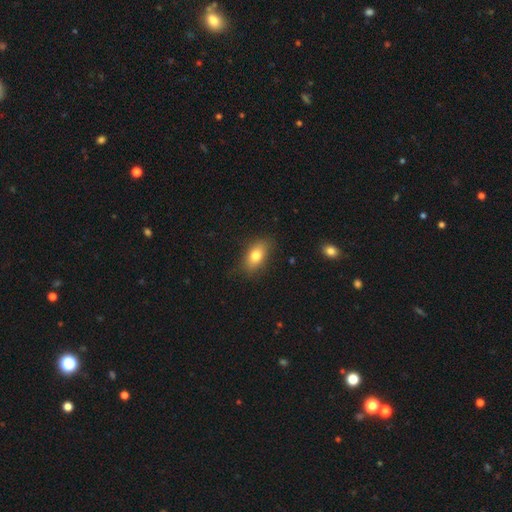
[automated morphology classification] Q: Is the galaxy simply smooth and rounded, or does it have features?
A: smooth — 78%.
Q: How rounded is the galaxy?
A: in between — 86%.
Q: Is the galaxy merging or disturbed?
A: none — 82%.